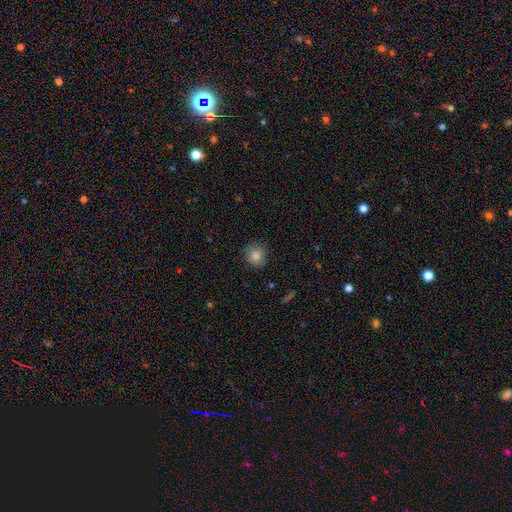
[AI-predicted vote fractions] A smooth galaxy with no disk features (83%) that is round (86%). Merging: none (87%).